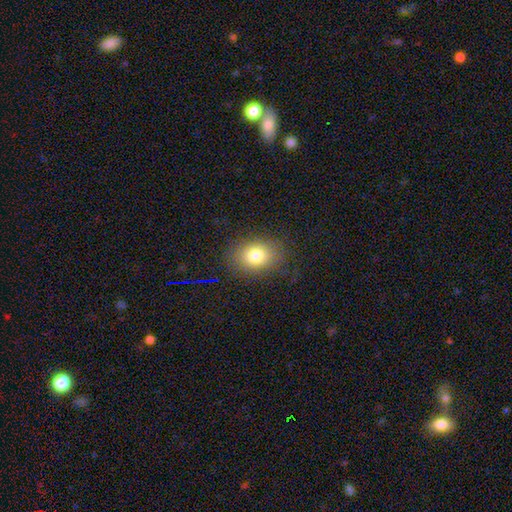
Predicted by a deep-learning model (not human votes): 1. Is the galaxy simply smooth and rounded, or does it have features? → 78% smooth, 12% star or artifact, 10% featured or disk.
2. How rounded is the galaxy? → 62% in between, 37% round, 1% cigar-shaped.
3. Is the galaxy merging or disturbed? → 81% none, 13% minor disturbance, 5% major disturbance, 1% merger.